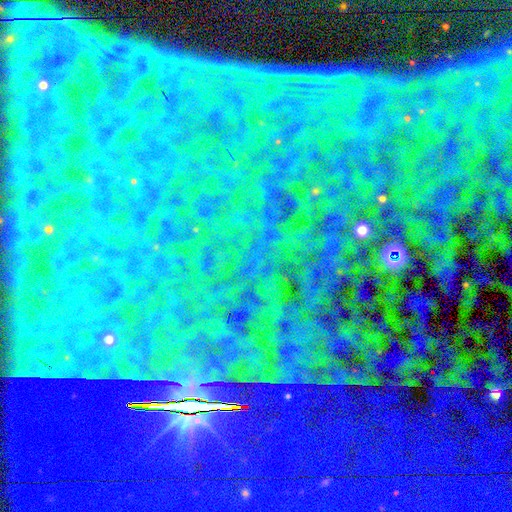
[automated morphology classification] smooth_or_featured: star or artifact (p=0.83) [alt: smooth p=0.09]